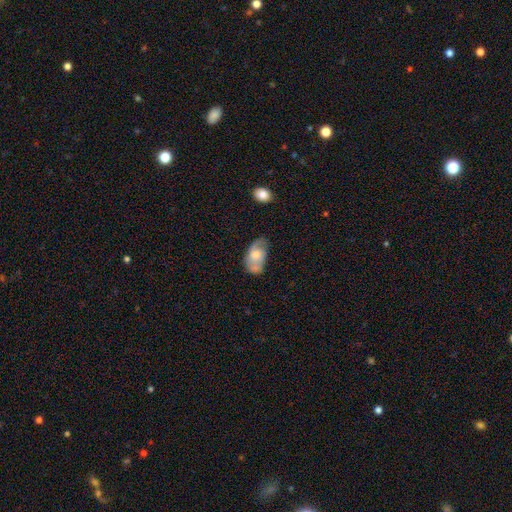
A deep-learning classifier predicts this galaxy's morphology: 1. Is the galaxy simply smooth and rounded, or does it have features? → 52% smooth, 41% featured or disk, 7% star or artifact.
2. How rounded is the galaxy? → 91% in between, 6% round, 2% cigar-shaped.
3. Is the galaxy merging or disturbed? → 46% none, 29% minor disturbance, 14% merger, 11% major disturbance.